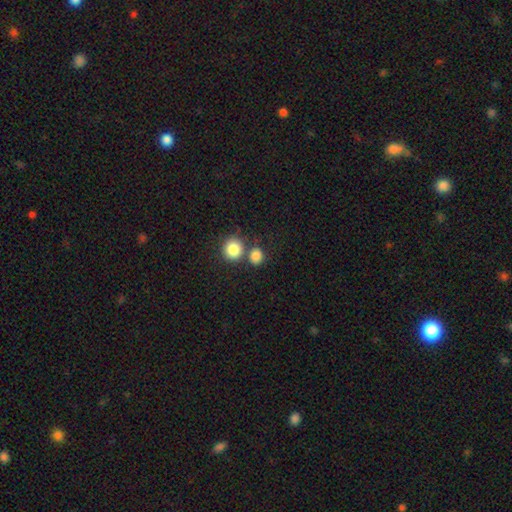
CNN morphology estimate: A smooth galaxy with no disk features (84%) that is round (75%). Merging: none (58%).